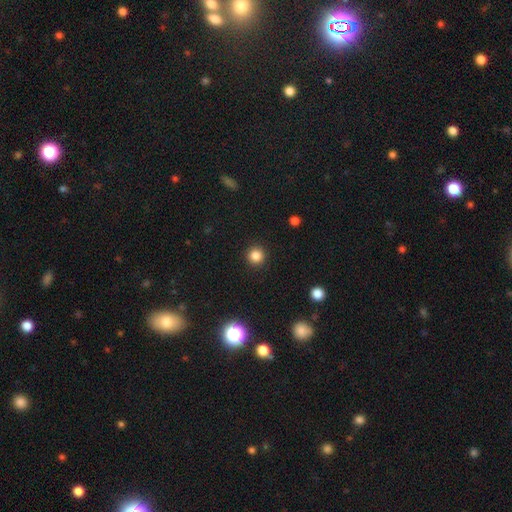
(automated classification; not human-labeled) The model was most divided on "smooth or featured": smooth: 84%, star or artifact: 12%, featured or disk: 4%. More confident: how rounded — round (94%); merging — none (92%).